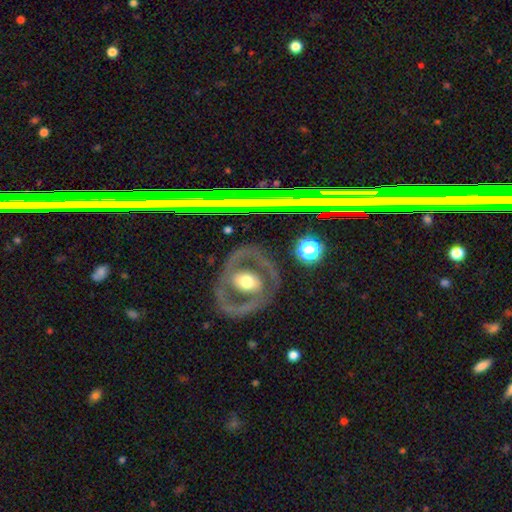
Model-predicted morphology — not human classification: smooth_or_featured: featured or disk (p=0.70) [alt: smooth p=0.16]
disk_edge_on: no (p=0.81) [alt: yes p=0.19]
bar: no (p=0.61) [alt: weak p=0.24]
has_spiral_arms: yes (p=0.52) [alt: no p=0.48]
bulge_size: moderate (p=0.67) [alt: small p=0.15]
merging: none (p=0.81) [alt: minor disturbance p=0.12]